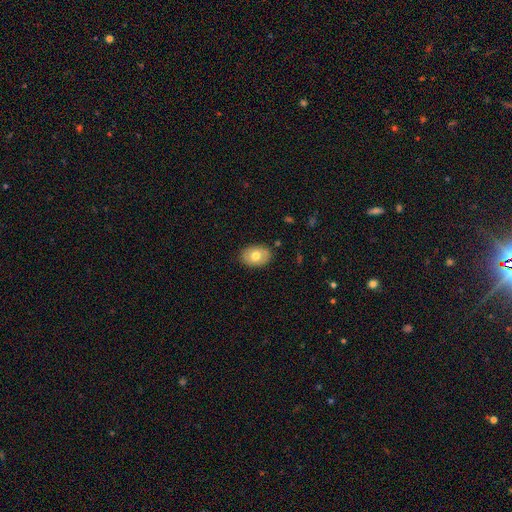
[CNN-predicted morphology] Q: Smooth or featured?
A: smooth (72%); runner-up: featured or disk (20%)
Q: How rounded?
A: in between (78%); runner-up: round (21%)
Q: Merging?
A: none (86%); runner-up: minor disturbance (11%)